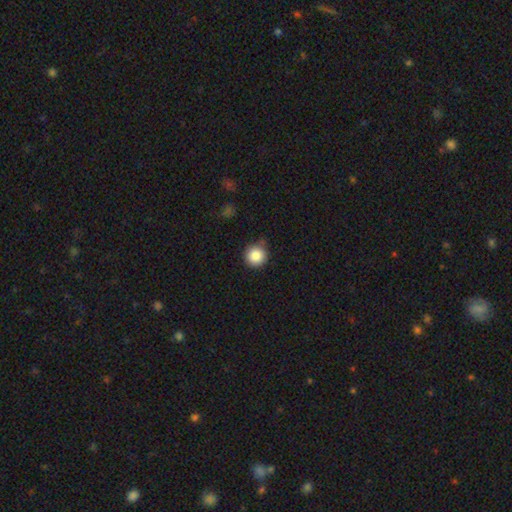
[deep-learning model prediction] The model was most divided on "merging": none: 78%, minor disturbance: 16%, major disturbance: 3%, merger: 3%. More confident: how rounded — round (95%); smooth or featured — smooth (87%).